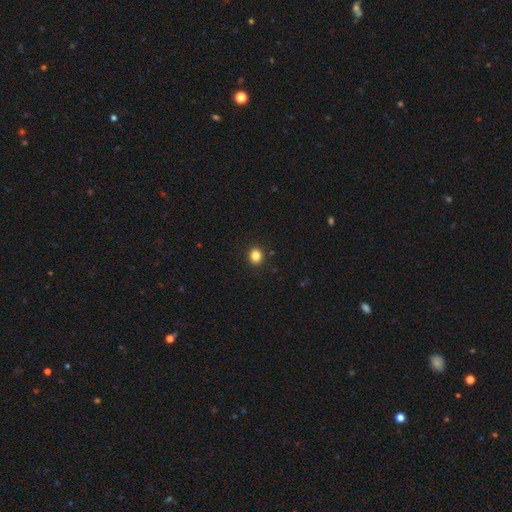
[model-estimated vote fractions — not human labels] This appears to be a smooth galaxy with no disk features (84%) that is round (82%). Merging: none (92%).